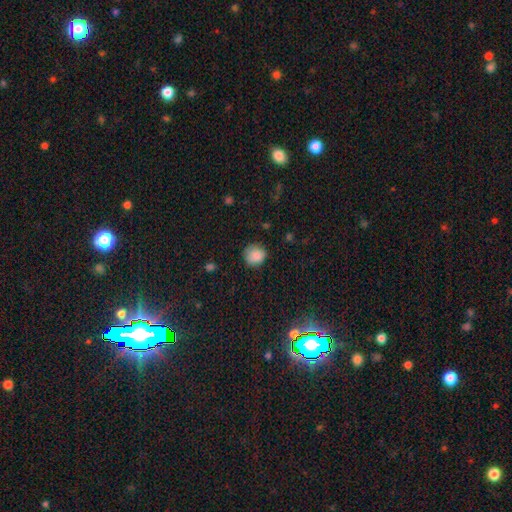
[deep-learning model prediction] Morphology: type=smooth (85%); roundness=round (87%); merging=none (79%).